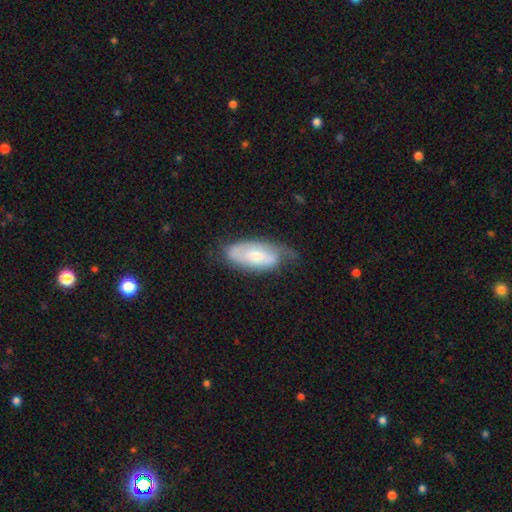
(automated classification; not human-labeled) A featured or disk galaxy (50%).

Vote fractions:
- Smooth or featured? featured or disk: 50% / smooth: 44% / star or artifact: 6%
- Edge-on disk? no: 88% / yes: 12%
- Merging? none: 47% / minor disturbance: 36% / major disturbance: 15% / merger: 2%